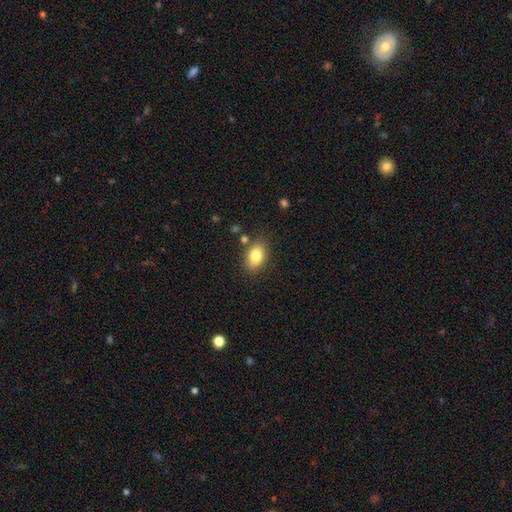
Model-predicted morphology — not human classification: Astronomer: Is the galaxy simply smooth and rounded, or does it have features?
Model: smooth — 82%.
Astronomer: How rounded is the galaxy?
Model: in between — 84%.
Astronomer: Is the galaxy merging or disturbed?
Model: none — 81%.